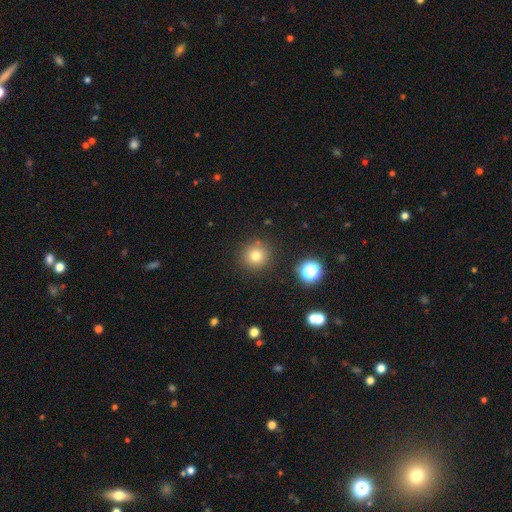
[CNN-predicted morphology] Smooth or featured? Predicted: smooth (p=0.77). How rounded? Predicted: round (p=0.94). Merging? Predicted: none (p=0.87).